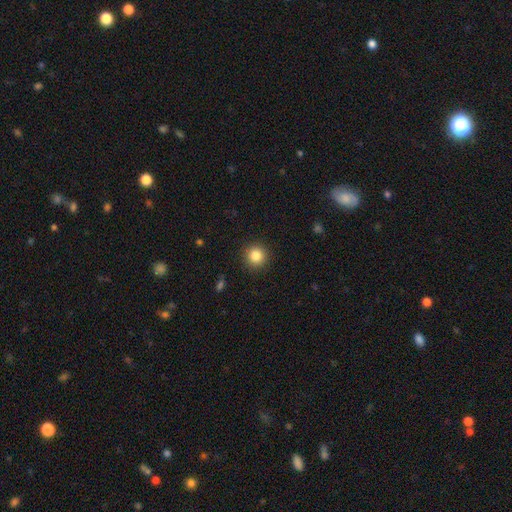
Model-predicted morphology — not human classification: This is clearly a smooth galaxy (84%). How rounded: clearly round (94%). Merging: clearly none (92%).